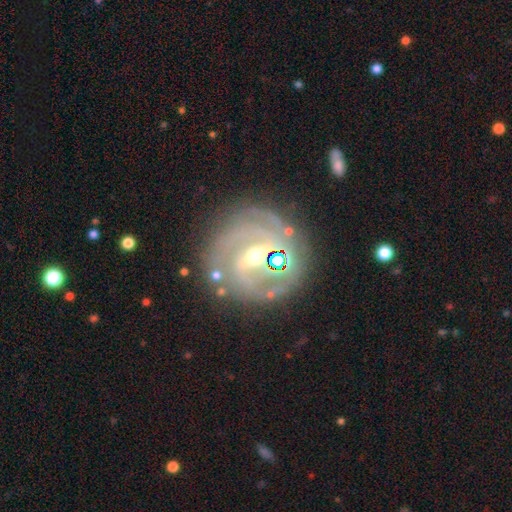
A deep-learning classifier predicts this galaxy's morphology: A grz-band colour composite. It shows a featured or disk galaxy (84%) with a weak bar (41%, tied with strong), 2 (37%) tight (65%) spiral arms (92%) and a moderate central bulge (59%). Merging: none (77%).